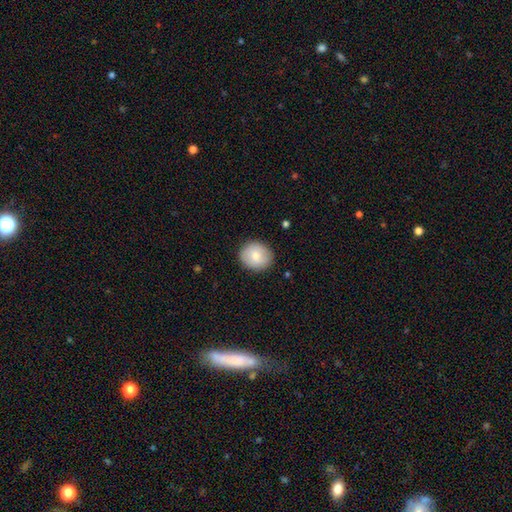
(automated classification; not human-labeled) This appears to be a smooth galaxy with no disk features (77%) that is round (76%). Merging: none (88%).